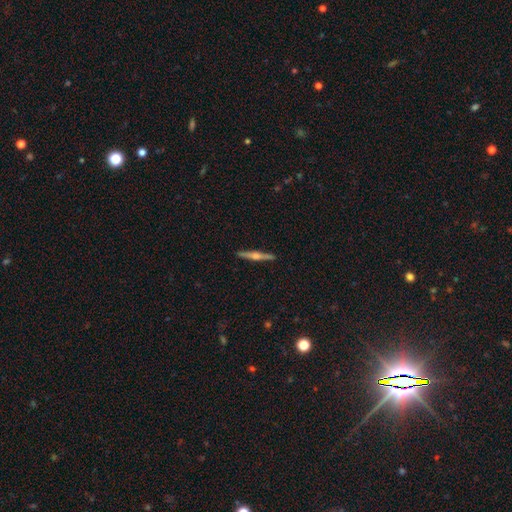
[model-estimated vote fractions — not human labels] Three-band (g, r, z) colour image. It shows a featured or disk galaxy (74%) viewed edge-on (98%) with a rounded central bulge (89%). Merging: none (92%).